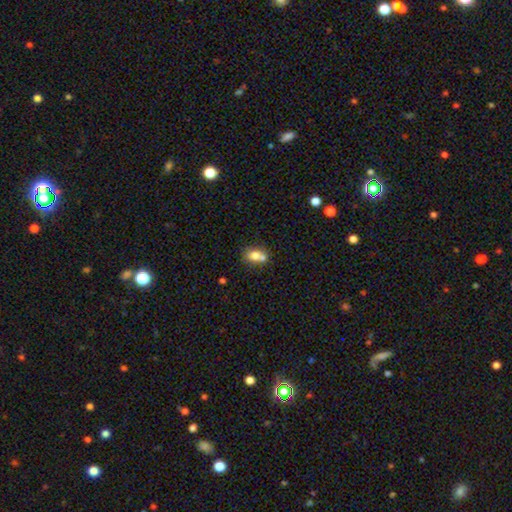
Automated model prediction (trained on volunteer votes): Smooth or featured? smooth (73%)
How rounded? in between (58%)
Merging? merger (49%)